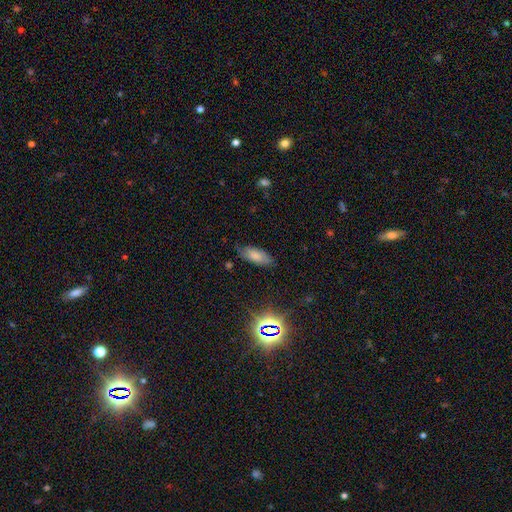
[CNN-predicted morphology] Overall: smooth (71%). How rounded: in between (81%). Merging: none (74%).